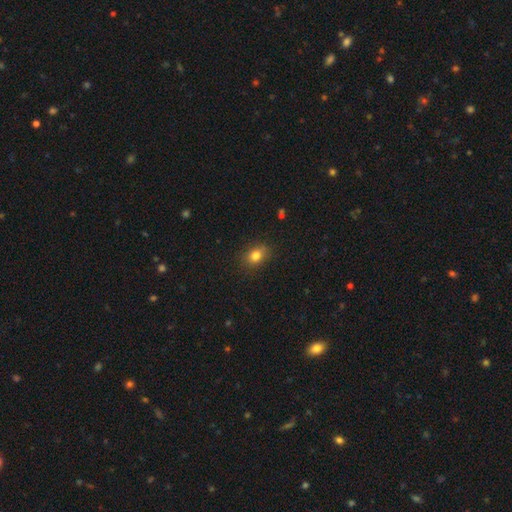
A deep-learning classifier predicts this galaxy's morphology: This appears to be a smooth galaxy with no disk features (81%) that is in between round and cigar-shaped (60%). Merging: none (85%).